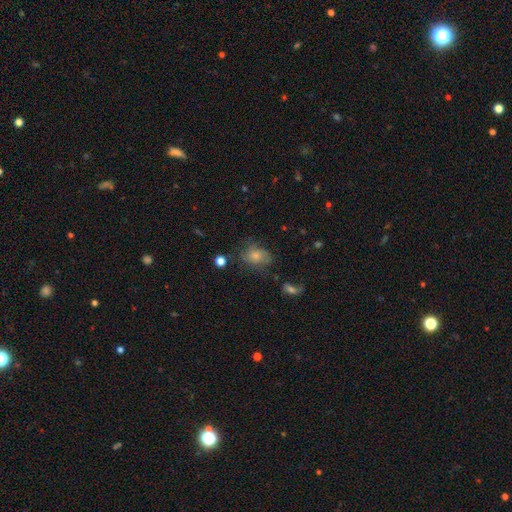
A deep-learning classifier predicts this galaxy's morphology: A smooth galaxy with no disk features (59%) that is in between round and cigar-shaped (55%). Merging: none (57%).